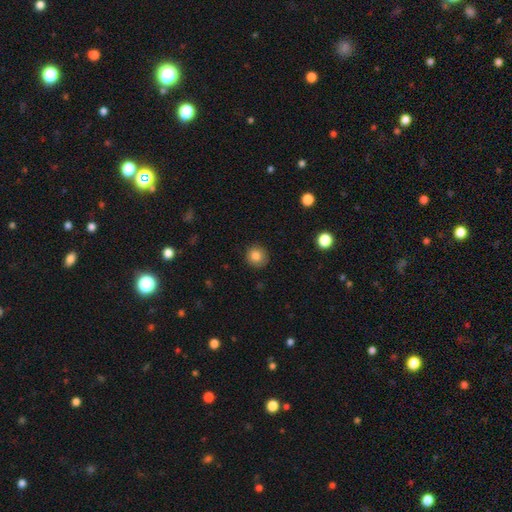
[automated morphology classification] Smooth or featured? Predicted: smooth (p=0.85). How rounded? Predicted: round (p=0.90). Merging? Predicted: none (p=0.87).